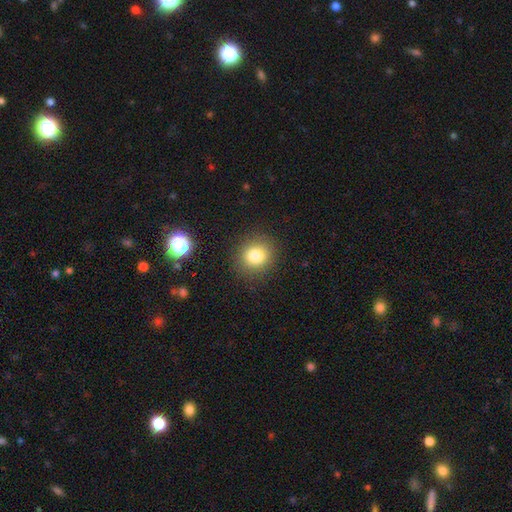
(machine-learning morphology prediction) smooth-or-featured: smooth: 81% | star or artifact: 12% | featured or disk: 7%
  how-rounded: round: 85% | in between: 14% | cigar-shaped: 1%
  merging: none: 88% | minor disturbance: 8% | major disturbance: 3% | merger: 1%